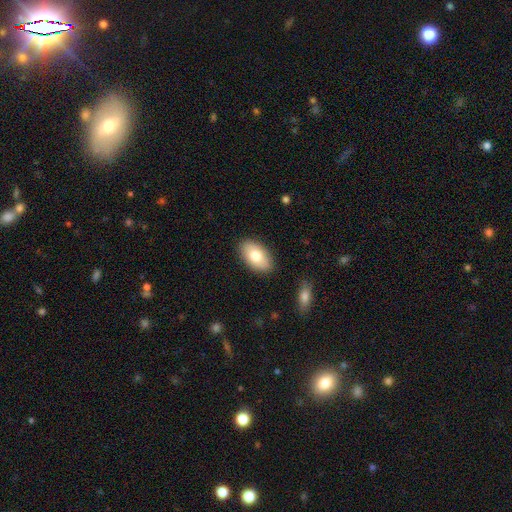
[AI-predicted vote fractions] Morphology: type=smooth (77%); roundness=in between (93%); merging=none (87%).